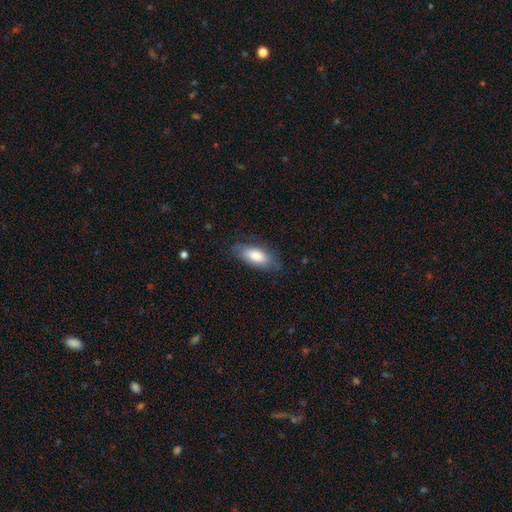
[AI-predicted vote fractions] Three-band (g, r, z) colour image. It shows a smooth galaxy with no disk features (80%) that is in between round and cigar-shaped (83%). Merging: none (79%).